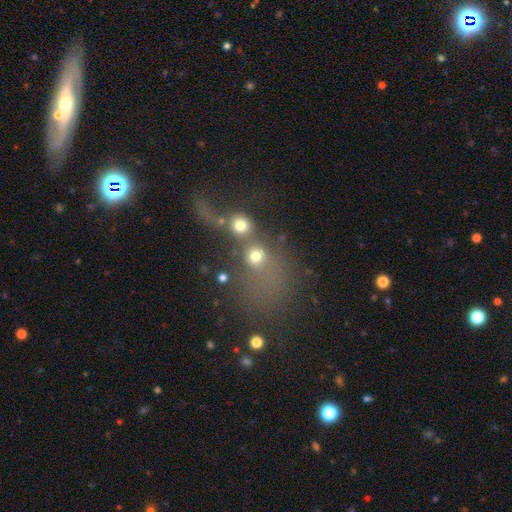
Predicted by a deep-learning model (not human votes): Q: Smooth or featured?
A: smooth (40%); runner-up: star or artifact (36%)
Q: Merging?
A: merger (46%); runner-up: none (28%)